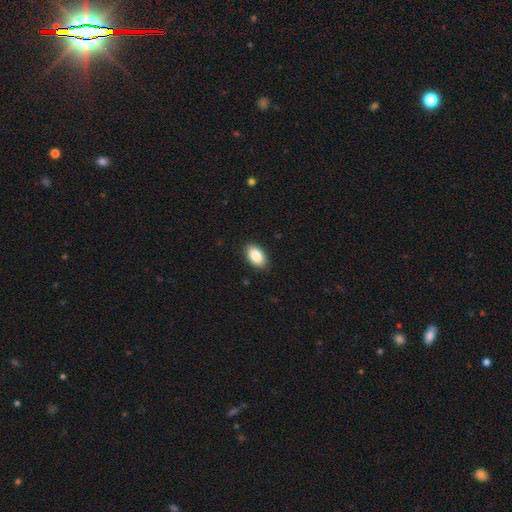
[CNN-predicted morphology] A smooth galaxy with no disk features (88%) that is in between round and cigar-shaped (93%). Merging: none (89%).